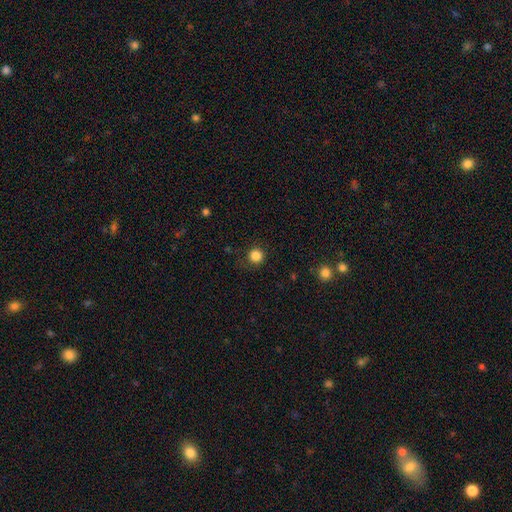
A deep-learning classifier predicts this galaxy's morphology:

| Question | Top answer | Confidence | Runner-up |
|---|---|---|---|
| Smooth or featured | smooth | 85% | star or artifact (12%) |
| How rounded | round | 95% | in between (4%) |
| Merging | none | 86% | minor disturbance (9%) |